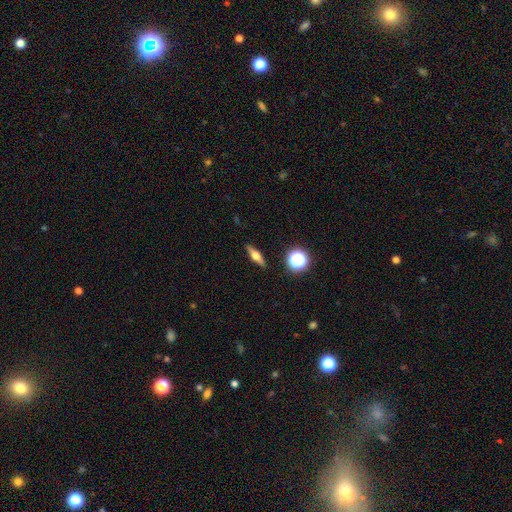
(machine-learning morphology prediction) Smooth or featured?
  - featured or disk: 54% *
  - smooth: 36%
  - star or artifact: 10%
Edge-on disk?
  - yes: 92% *
  - no: 8%
Merging?
  - none: 89% *
  - minor disturbance: 7%
  - major disturbance: 2%
  - merger: 1%